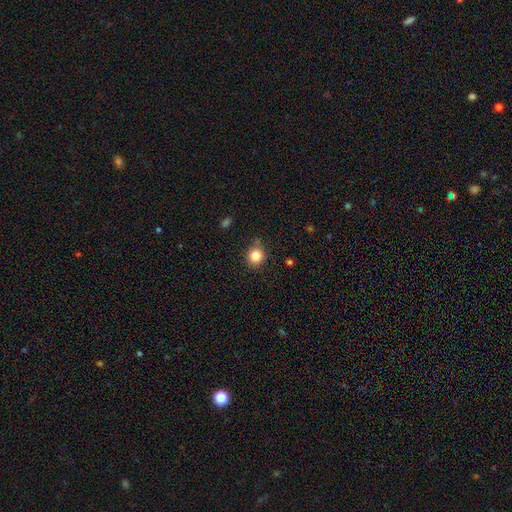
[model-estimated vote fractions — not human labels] This is clearly a smooth galaxy (84%). How rounded: clearly round (88%). Merging: likely none (79%).